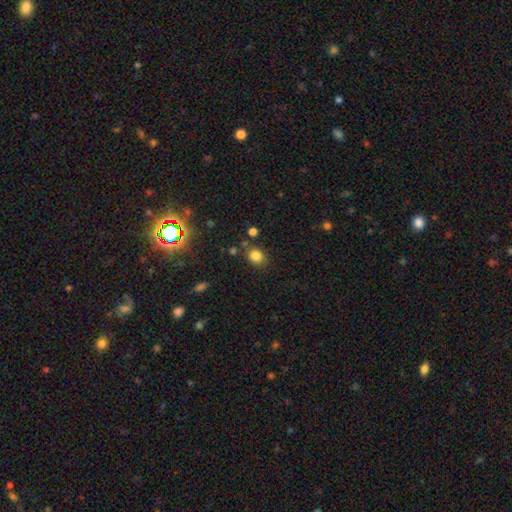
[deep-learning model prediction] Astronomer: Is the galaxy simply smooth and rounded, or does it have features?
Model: smooth — 80%.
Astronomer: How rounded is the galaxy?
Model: round — 59% (runner-up: in between, 40%).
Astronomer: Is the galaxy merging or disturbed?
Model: none — 78%.